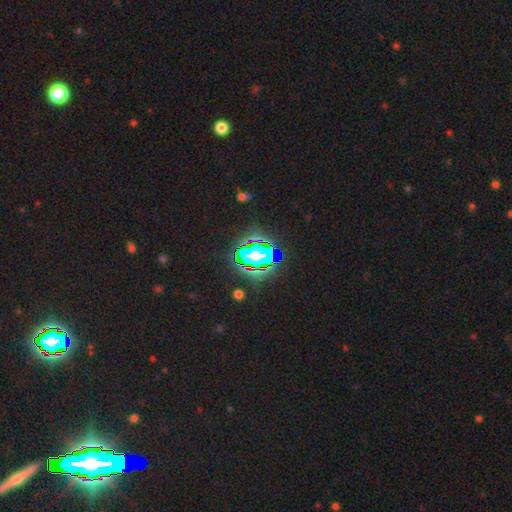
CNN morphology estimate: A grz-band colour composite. It shows a star or artifact, not a galaxy (58%).